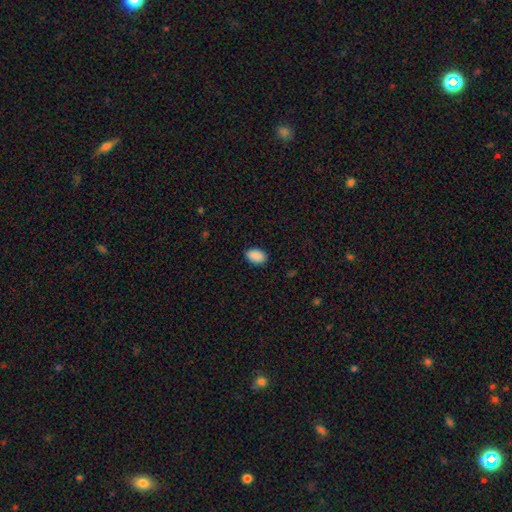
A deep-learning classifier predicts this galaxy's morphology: type=smooth (90%); roundness=in between (91%); merging=none (87%).